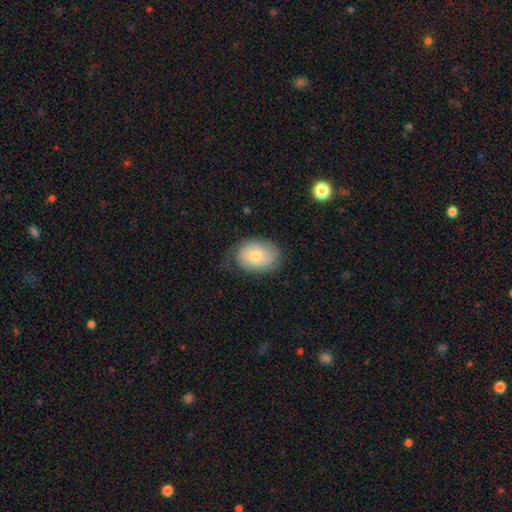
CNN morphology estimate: Overall: smooth (71%). How rounded: in between (73%). Merging: none (68%).